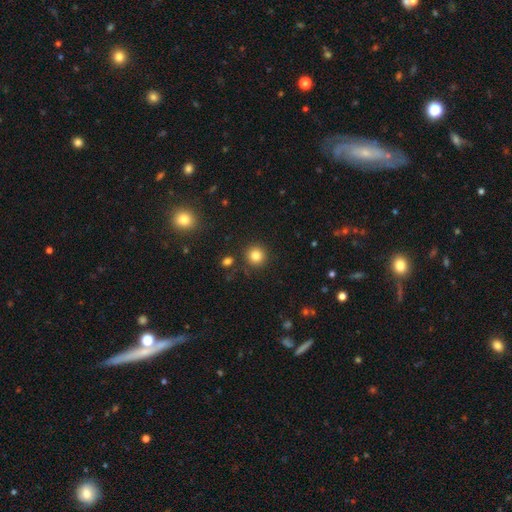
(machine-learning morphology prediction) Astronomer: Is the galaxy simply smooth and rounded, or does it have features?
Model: smooth — 82%.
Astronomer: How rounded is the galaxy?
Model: round — 94%.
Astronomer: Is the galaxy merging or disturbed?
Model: none — 88%.